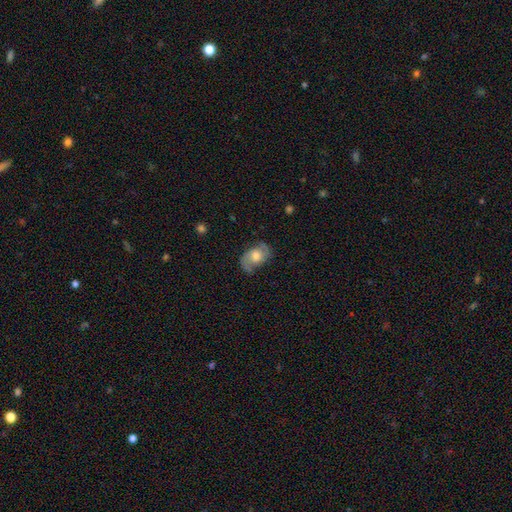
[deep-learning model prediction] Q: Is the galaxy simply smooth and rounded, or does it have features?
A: featured or disk — 67%.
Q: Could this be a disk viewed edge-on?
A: no — 96%.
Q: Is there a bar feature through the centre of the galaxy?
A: no — 72%.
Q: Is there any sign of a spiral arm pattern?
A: yes — 88%.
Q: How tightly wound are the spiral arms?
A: medium — 45%.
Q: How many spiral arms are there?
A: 2 — 85%.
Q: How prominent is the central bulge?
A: moderate — 57%.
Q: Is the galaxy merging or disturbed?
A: none — 68%.